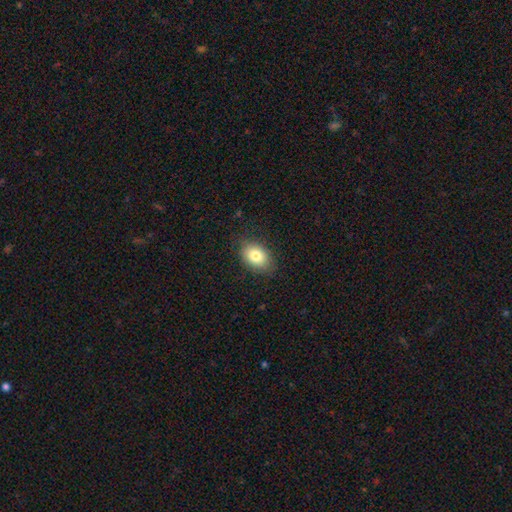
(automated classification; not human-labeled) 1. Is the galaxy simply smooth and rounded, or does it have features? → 81% smooth, 11% featured or disk, 8% star or artifact.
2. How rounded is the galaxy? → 81% in between, 18% round, 1% cigar-shaped.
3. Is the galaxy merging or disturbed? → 83% none, 13% minor disturbance, 3% major disturbance, 1% merger.